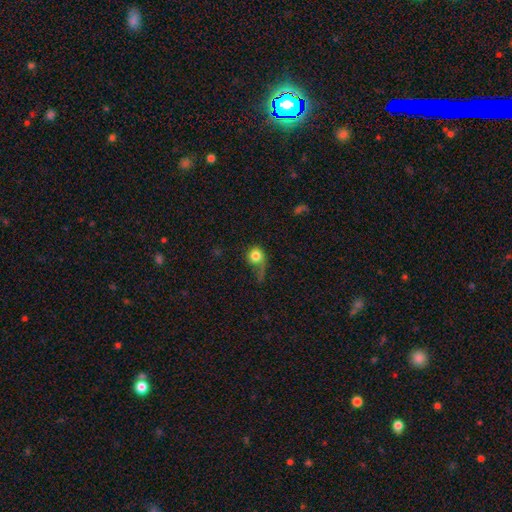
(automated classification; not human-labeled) smooth_or_featured: smooth (p=0.75) [alt: featured or disk p=0.16]
how_rounded: round (p=0.79) [alt: in between p=0.20]
merging: major disturbance (p=0.40) [alt: none p=0.31]